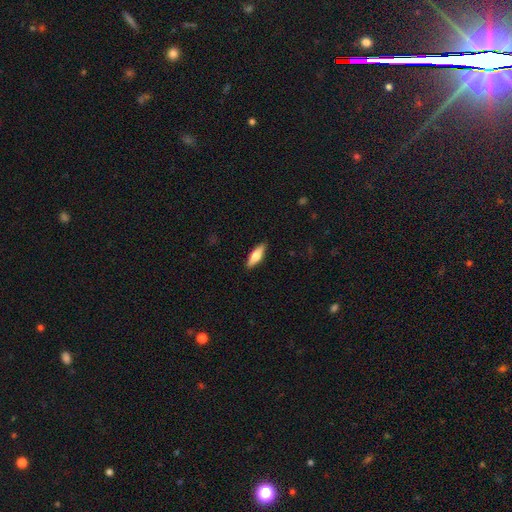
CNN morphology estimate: A smooth galaxy with no disk features (60%) that is in between round and cigar-shaped (52%).

Vote fractions:
- Smooth or featured? smooth: 60% / featured or disk: 34% / star or artifact: 6%
- How rounded? in between: 52% / cigar-shaped: 45% / round: 2%
- Merging? none: 90% / minor disturbance: 8% / major disturbance: 2% / merger: 1%